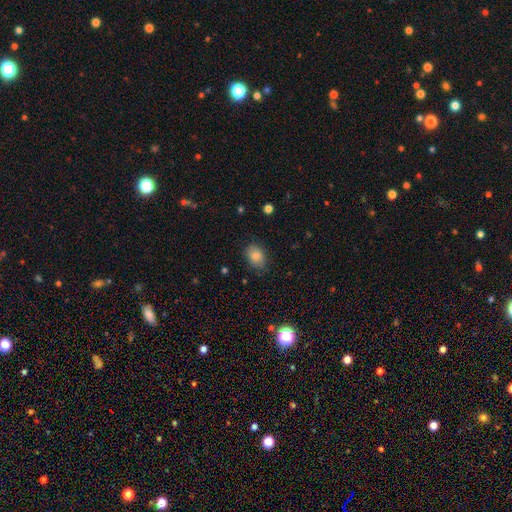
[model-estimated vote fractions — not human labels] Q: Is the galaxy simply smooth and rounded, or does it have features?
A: smooth — 82%.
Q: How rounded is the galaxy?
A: in between — 71%.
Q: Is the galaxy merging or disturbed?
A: none — 76%.